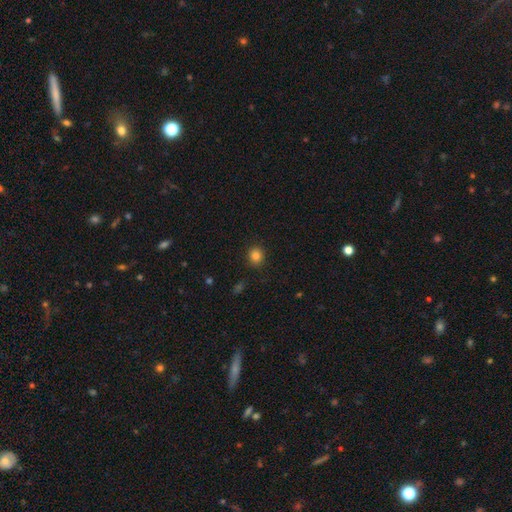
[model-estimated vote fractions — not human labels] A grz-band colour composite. It shows a smooth galaxy with no disk features (84%) that is round (84%). Merging: none (90%).